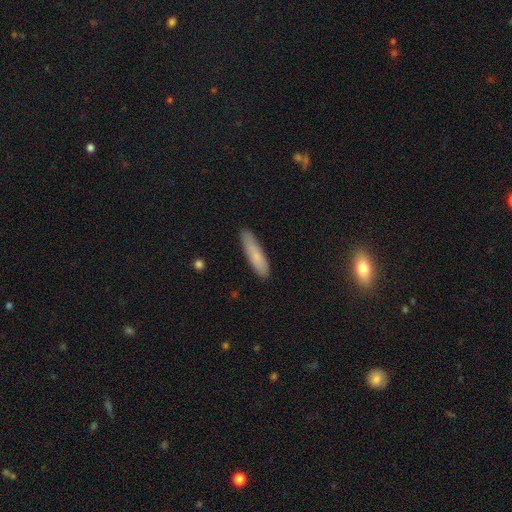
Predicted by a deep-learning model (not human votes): Smooth or featured: smooth — 77% (featured or disk — 16%)
How rounded: cigar-shaped — 79% (in between — 20%)
Merging: none — 84% (minor disturbance — 13%)